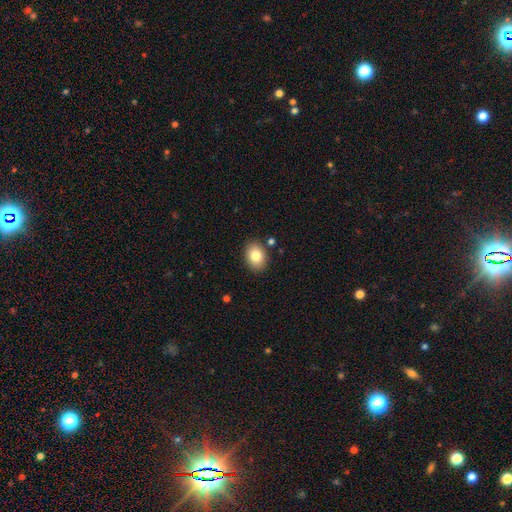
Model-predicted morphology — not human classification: smooth-or-featured: smooth: 83% | featured or disk: 9% | star or artifact: 8%
  how-rounded: in between: 67% | round: 32% | cigar-shaped: 1%
  merging: none: 86% | minor disturbance: 9% | merger: 3% | major disturbance: 2%